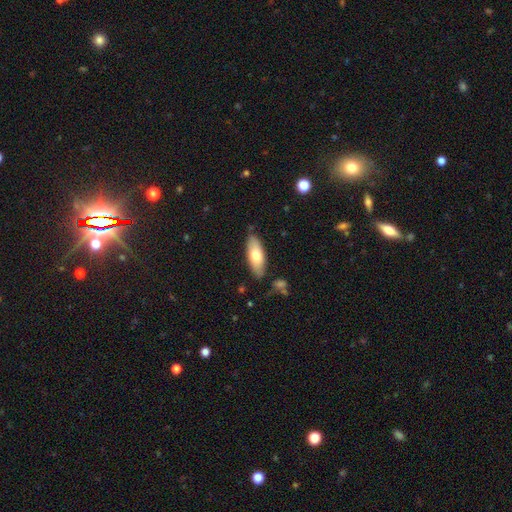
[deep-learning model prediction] smooth_or_featured: smooth (p=0.69) [alt: featured or disk p=0.26]
how_rounded: in between (p=0.74) [alt: cigar-shaped p=0.23]
merging: none (p=0.83) [alt: minor disturbance p=0.12]